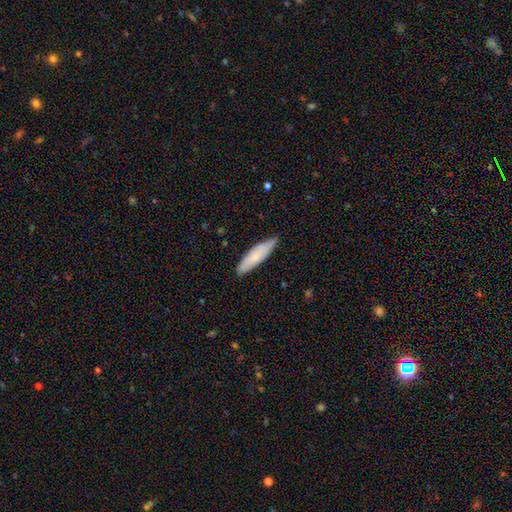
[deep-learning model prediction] smooth-or-featured: smooth: 72% | featured or disk: 22% | star or artifact: 6%
  how-rounded: cigar-shaped: 69% | in between: 30% | round: 1%
  merging: none: 81% | minor disturbance: 16% | major disturbance: 2% | merger: 1%